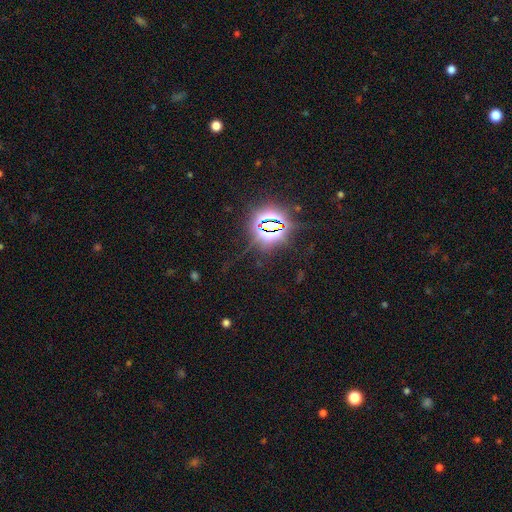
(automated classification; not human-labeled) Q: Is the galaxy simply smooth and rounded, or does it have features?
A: star or artifact — 84%.